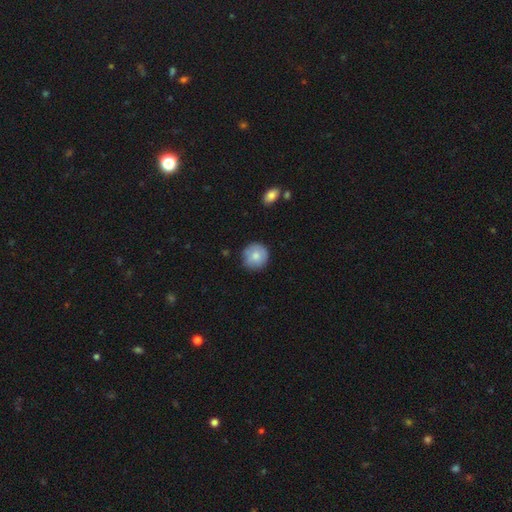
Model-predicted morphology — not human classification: The model was most divided on "smooth or featured": smooth: 79%, featured or disk: 14%, star or artifact: 7%. More confident: how rounded — round (94%); merging — none (81%).